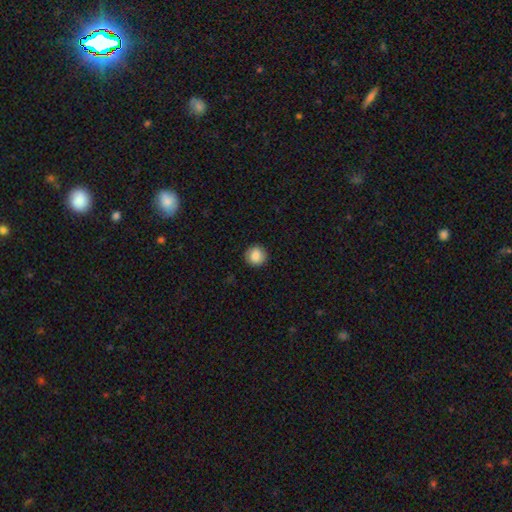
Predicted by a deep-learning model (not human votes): Q: Smooth or featured?
A: smooth (84%); runner-up: star or artifact (8%)
Q: How rounded?
A: round (91%); runner-up: in between (8%)
Q: Merging?
A: none (90%); runner-up: minor disturbance (7%)